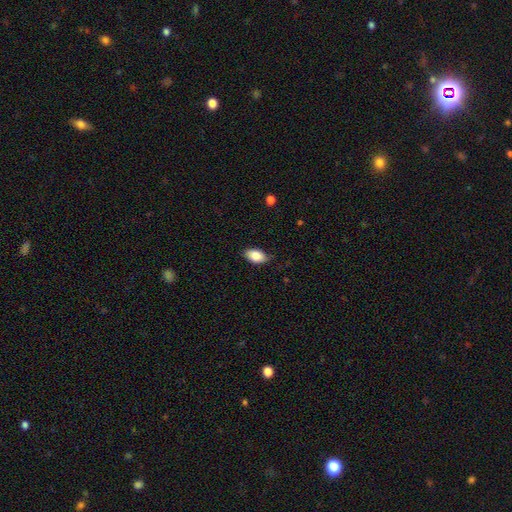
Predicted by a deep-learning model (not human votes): A smooth galaxy with no disk features (85%) that is in between round and cigar-shaped (92%). Merging: none (80%).